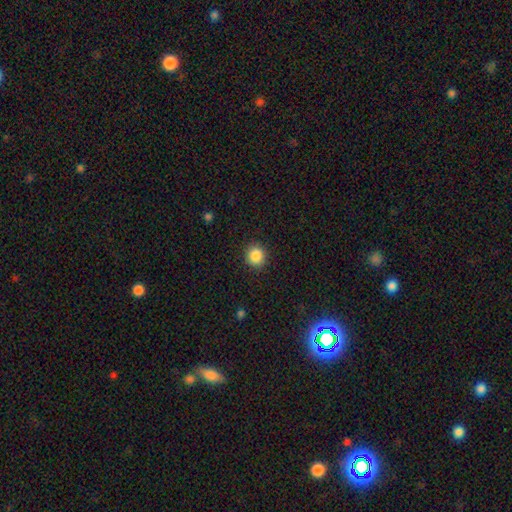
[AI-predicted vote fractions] Smooth or featured: smooth — 87% (star or artifact — 9%)
How rounded: round — 87% (in between — 12%)
Merging: none — 90% (minor disturbance — 6%)